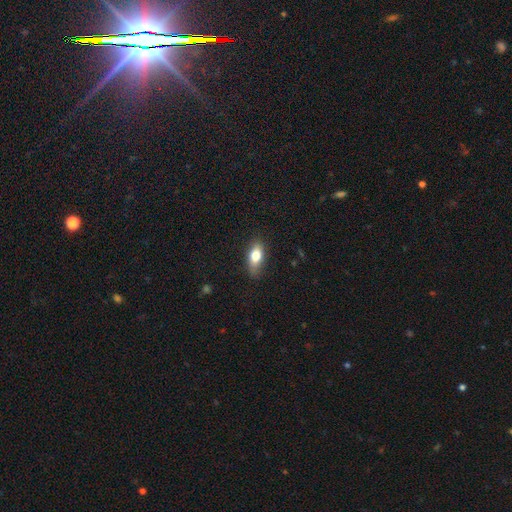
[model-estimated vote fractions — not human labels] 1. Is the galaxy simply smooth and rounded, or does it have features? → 75% smooth, 18% featured or disk, 7% star or artifact.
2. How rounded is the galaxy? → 80% in between, 14% cigar-shaped, 6% round.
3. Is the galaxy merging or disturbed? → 77% none, 18% minor disturbance, 4% major disturbance, 1% merger.